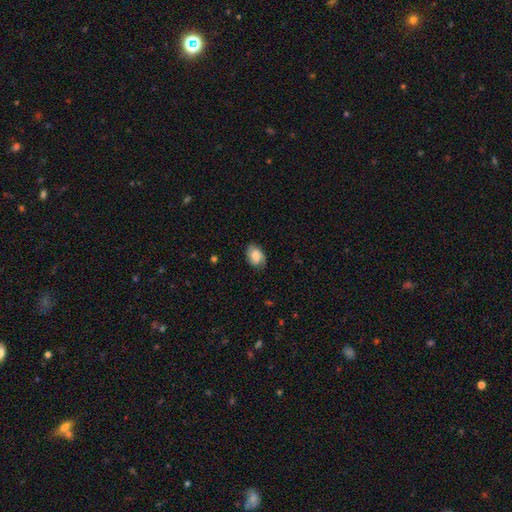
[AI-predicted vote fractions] Smooth or featured? smooth (59%)
How rounded? in between (79%)
Merging? none (76%)